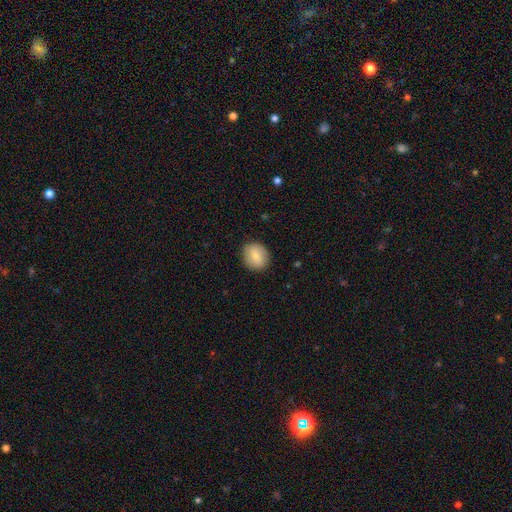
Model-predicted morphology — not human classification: type=smooth (79%); roundness=round (72%); merging=none (88%).